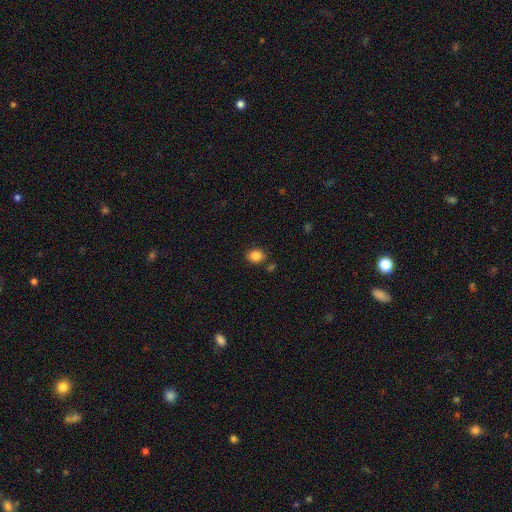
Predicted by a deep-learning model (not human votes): This appears to be a smooth galaxy with no disk features (86%) that is round (61%). Merging: none (81%).